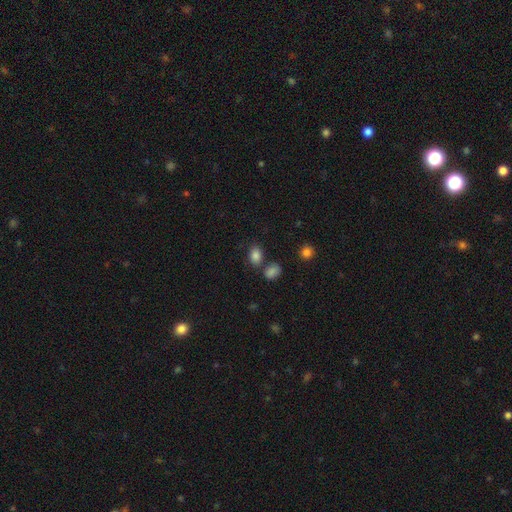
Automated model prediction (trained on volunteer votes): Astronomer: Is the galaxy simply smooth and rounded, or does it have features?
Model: smooth — 84%.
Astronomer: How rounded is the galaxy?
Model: in between — 77%.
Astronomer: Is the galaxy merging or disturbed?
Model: none — 68%.